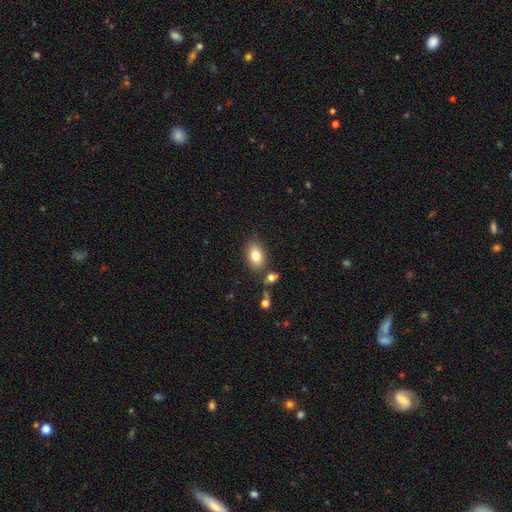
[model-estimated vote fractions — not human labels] smooth_or_featured: smooth (p=0.82) [alt: featured or disk p=0.10]
how_rounded: in between (p=0.87) [alt: round p=0.11]
merging: none (p=0.76) [alt: minor disturbance p=0.12]